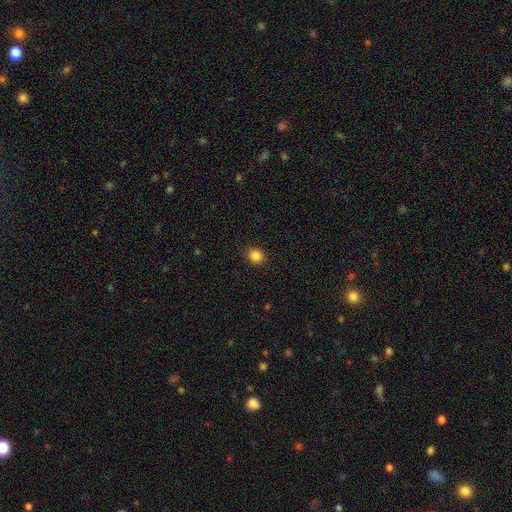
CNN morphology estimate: type=smooth (85%); roundness=round (84%); merging=none (90%).